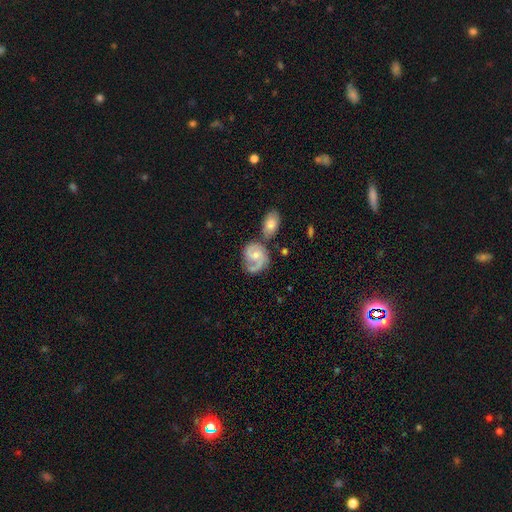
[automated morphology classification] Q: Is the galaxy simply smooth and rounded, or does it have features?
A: featured or disk — 79%.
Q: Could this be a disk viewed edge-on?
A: no — 98%.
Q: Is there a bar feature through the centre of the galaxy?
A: no — 61%.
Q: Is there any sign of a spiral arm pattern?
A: yes — 95%.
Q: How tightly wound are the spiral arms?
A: medium — 48%.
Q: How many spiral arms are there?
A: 2 — 67%.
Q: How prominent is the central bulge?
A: small — 47%.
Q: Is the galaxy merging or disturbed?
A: none — 50%.